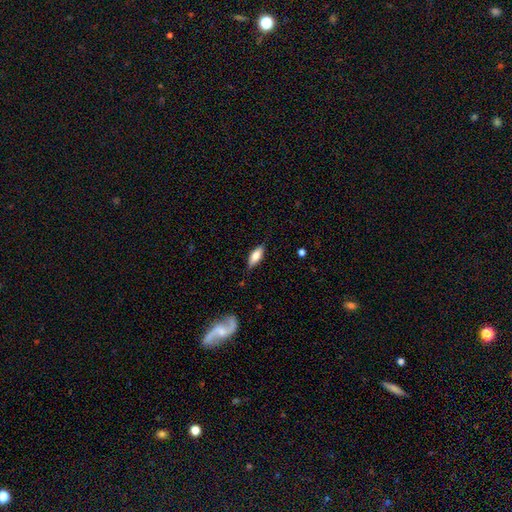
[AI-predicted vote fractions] A smooth galaxy with no disk features (68%) that is in between round and cigar-shaped (74%).

Vote fractions:
- Smooth or featured? smooth: 68% / featured or disk: 26% / star or artifact: 7%
- How rounded? in between: 74% / cigar-shaped: 24% / round: 3%
- Merging? none: 83% / minor disturbance: 13% / major disturbance: 3% / merger: 1%